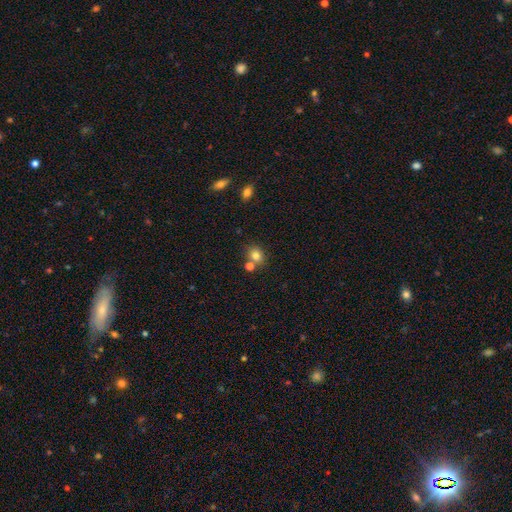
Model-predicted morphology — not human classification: smooth-or-featured: smooth: 79% | star or artifact: 12% | featured or disk: 9%
  how-rounded: round: 58% | in between: 41% | cigar-shaped: 1%
  merging: none: 63% | merger: 22% | minor disturbance: 11% | major disturbance: 3%